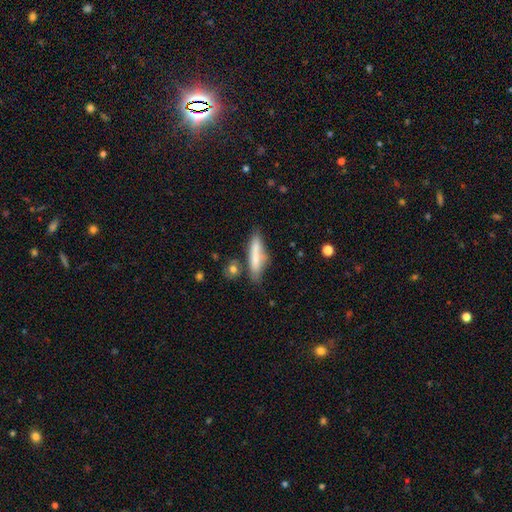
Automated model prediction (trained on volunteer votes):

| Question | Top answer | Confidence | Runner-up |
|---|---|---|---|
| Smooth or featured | smooth | 72% | featured or disk (21%) |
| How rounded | cigar-shaped | 77% | in between (21%) |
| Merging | none | 64% | minor disturbance (22%) |